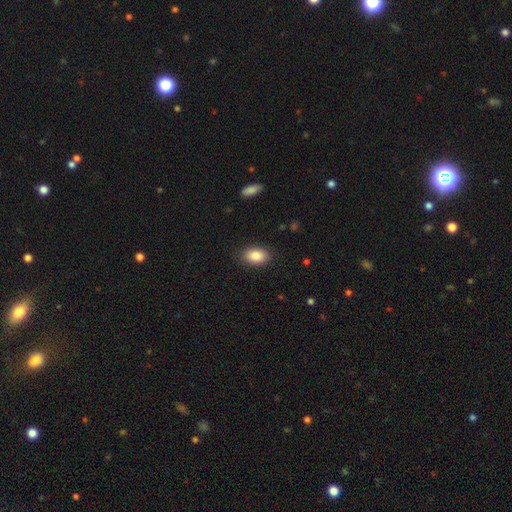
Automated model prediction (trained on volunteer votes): The model was most divided on "merging": none: 88%, minor disturbance: 9%, major disturbance: 2%, merger: 1%. More confident: how rounded — in between (89%); smooth or featured — smooth (87%).